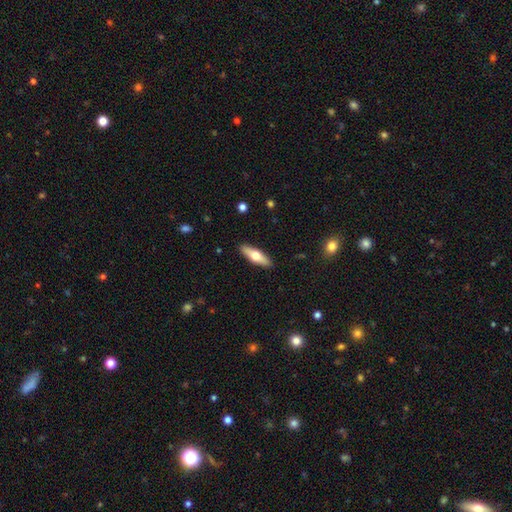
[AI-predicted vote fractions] smooth-or-featured: smooth: 53% | featured or disk: 41% | star or artifact: 6%
  how-rounded: cigar-shaped: 55% | in between: 42% | round: 2%
  merging: none: 90% | minor disturbance: 7% | major disturbance: 2% | merger: 1%